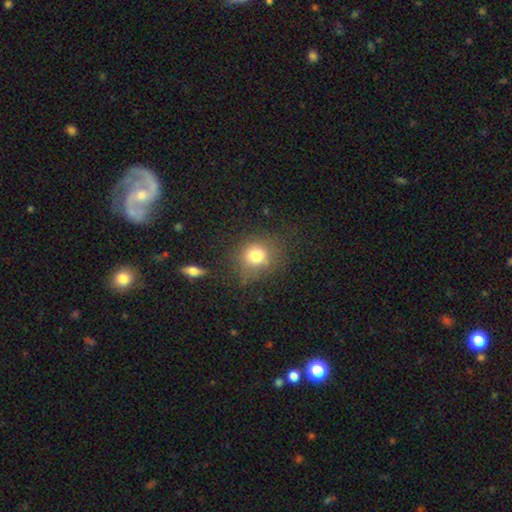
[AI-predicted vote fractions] Overall: smooth (77%). How rounded: round (77%). Merging: none (72%).